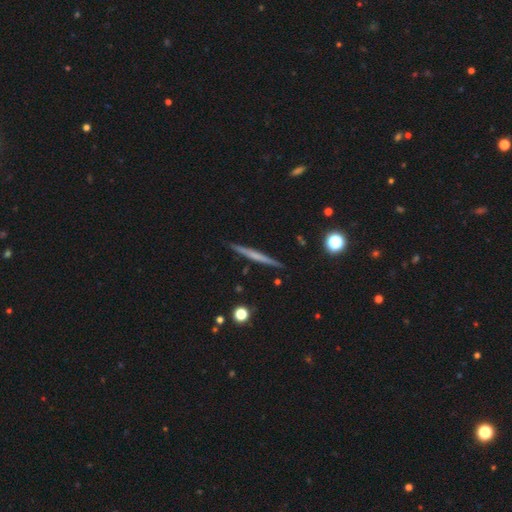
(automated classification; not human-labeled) Q: Smooth or featured?
A: featured or disk (54%); runner-up: smooth (40%)
Q: Edge-on disk?
A: yes (97%); runner-up: no (3%)
Q: Edge-on bulge?
A: none (78%); runner-up: rounded (16%)
Q: Merging?
A: none (91%); runner-up: minor disturbance (6%)